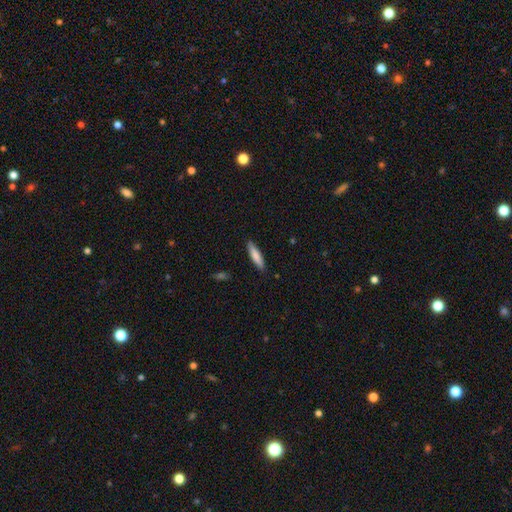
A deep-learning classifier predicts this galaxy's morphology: This appears to be a smooth galaxy with no disk features (79%) that is cigar-shaped (80%). Merging: none (89%).